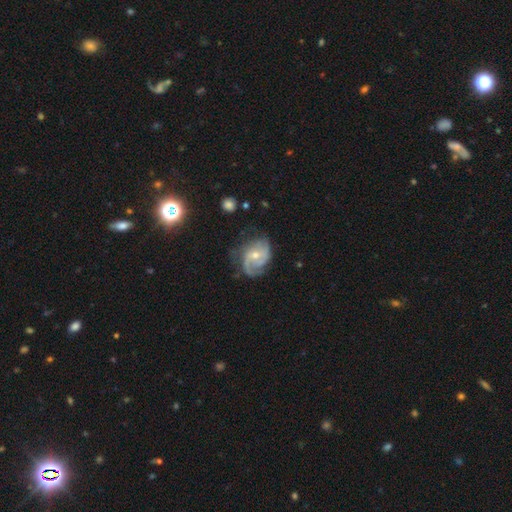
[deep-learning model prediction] Smooth or featured?
  - featured or disk: 78% *
  - smooth: 16%
  - star or artifact: 6%
Edge-on disk?
  - no: 97% *
  - yes: 3%
Bar?
  - no: 62% *
  - weak: 33%
  - strong: 6%
Spiral arms?
  - yes: 92% *
  - no: 8%
Spiral winding?
  - medium: 42% *
  - tight: 36%
  - loose: 22%
Spiral arm count?
  - 2: 44% *
  - can't tell: 21%
  - 3: 16%
  - 1: 13%
  - 4: 3%
  - more than 4: 3%
Bulge size?
  - moderate: 53% *
  - small: 43%
  - large: 2%
  - none: 1%
  - dominant: 1%
Merging?
  - none: 54% *
  - minor disturbance: 27%
  - major disturbance: 17%
  - merger: 2%